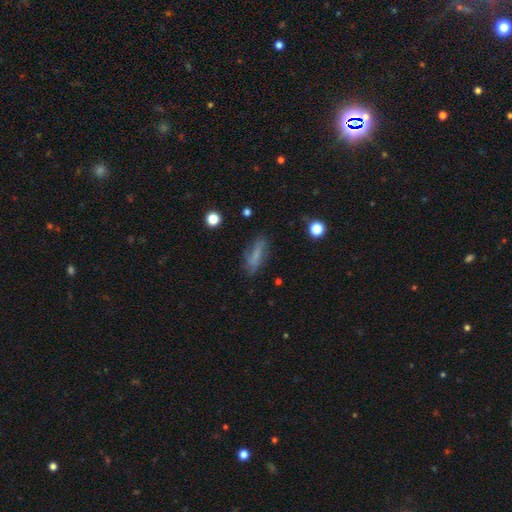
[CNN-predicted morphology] This is likely a smooth galaxy (61%). How rounded: possibly cigar-shaped (49%). Merging: likely none (67%).